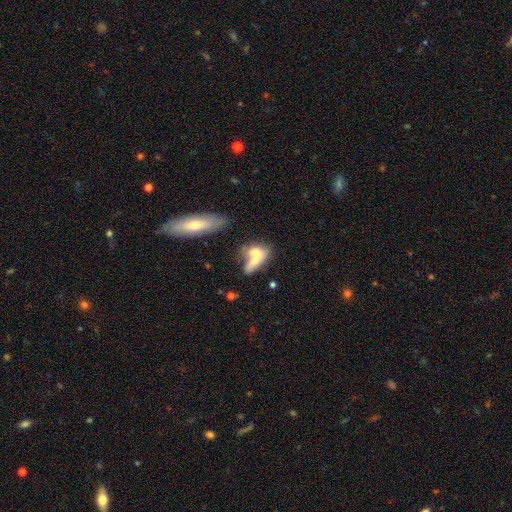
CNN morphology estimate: A smooth galaxy with no disk features (64%) that is in between round and cigar-shaped (69%).

Vote fractions:
- Smooth or featured? smooth: 64% / featured or disk: 27% / star or artifact: 9%
- How rounded? in between: 69% / round: 20% / cigar-shaped: 12%
- Merging? merger: 59% / none: 22% / minor disturbance: 10% / major disturbance: 9%